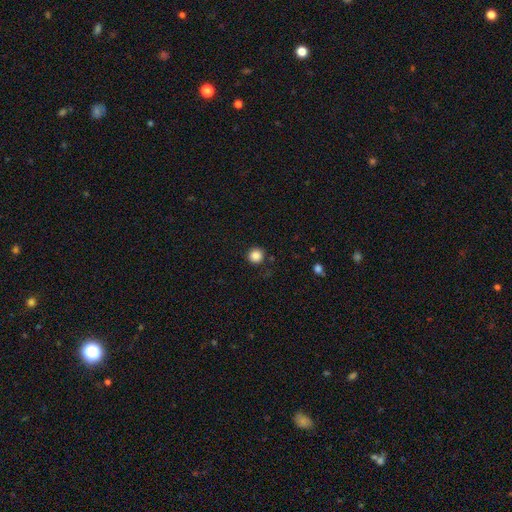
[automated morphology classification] Smooth or featured?
  - smooth: 85% *
  - star or artifact: 11%
  - featured or disk: 4%
How rounded?
  - round: 95% *
  - in between: 4%
  - cigar-shaped: 1%
Merging?
  - none: 90% *
  - minor disturbance: 6%
  - major disturbance: 2%
  - merger: 2%